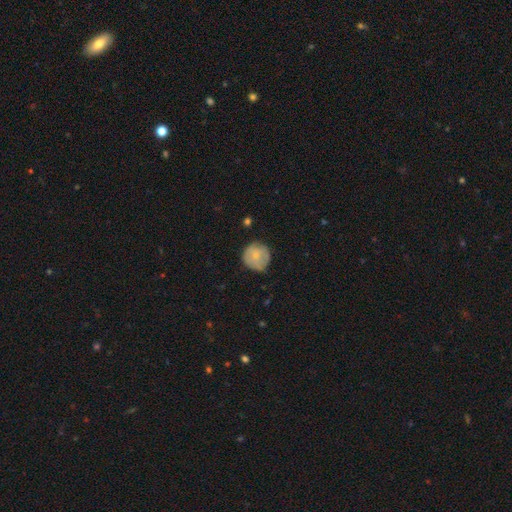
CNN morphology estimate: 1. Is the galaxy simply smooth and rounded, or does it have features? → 72% smooth, 21% featured or disk, 7% star or artifact.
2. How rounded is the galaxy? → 93% round, 6% in between, 1% cigar-shaped.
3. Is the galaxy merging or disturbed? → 73% none, 21% minor disturbance, 4% major disturbance, 1% merger.